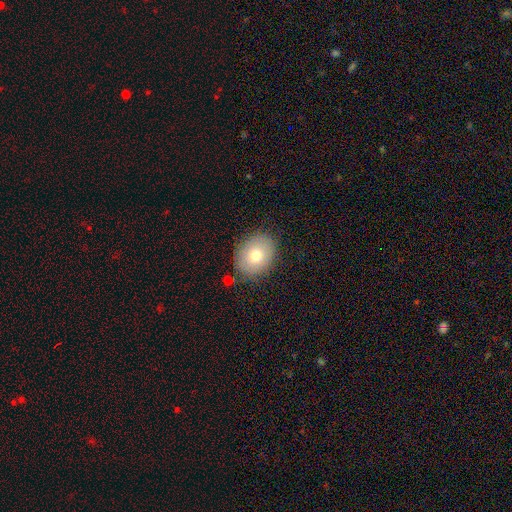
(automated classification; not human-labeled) Smooth or featured? smooth (73%)
How rounded? in between (54%)
Merging? none (80%)